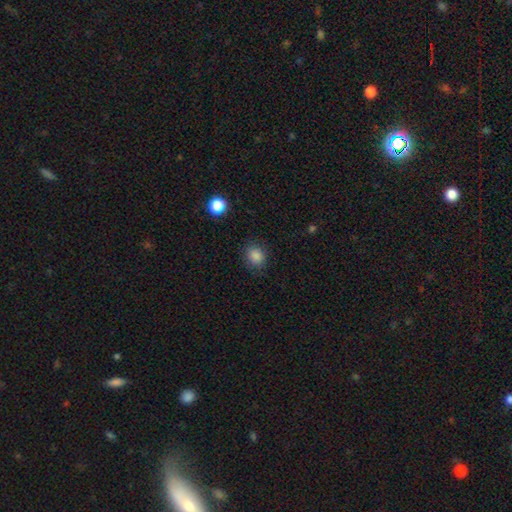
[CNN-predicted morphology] Smooth or featured? Predicted: smooth (p=0.86). How rounded? Predicted: round (p=0.70). Merging? Predicted: none (p=0.84).